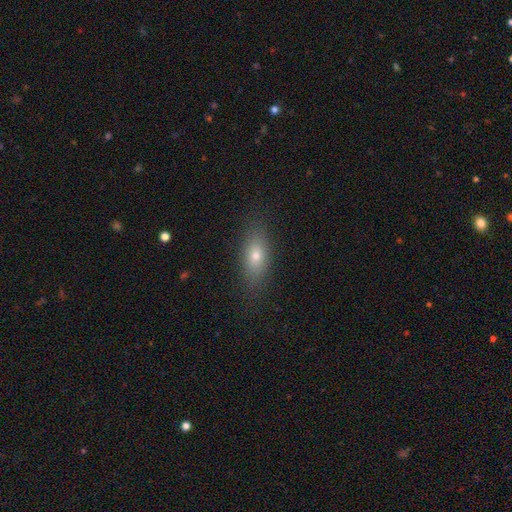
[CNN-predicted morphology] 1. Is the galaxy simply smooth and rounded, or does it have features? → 70% smooth, 20% featured or disk, 10% star or artifact.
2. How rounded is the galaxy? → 71% in between, 22% cigar-shaped, 7% round.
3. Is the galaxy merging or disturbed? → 84% none, 11% minor disturbance, 4% major disturbance, 1% merger.